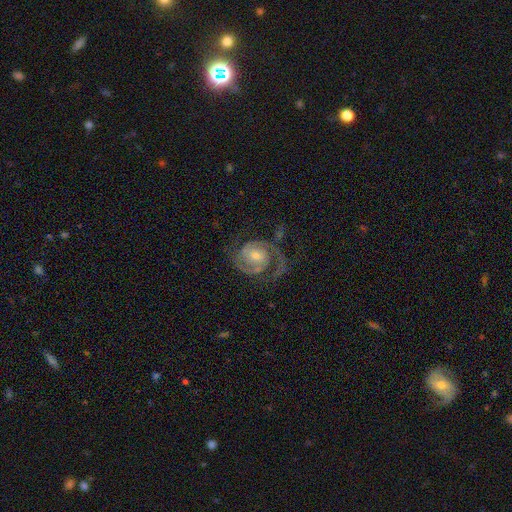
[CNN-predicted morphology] The model was most divided on "spiral winding" (2-way tie): medium: 45%, tight: 45%, loose: 10%. Remaining: edge-on disk — no (98%); spiral arms — yes (98%); smooth or featured — featured or disk (90%); spiral arm count — 2 (85%); merging — none (69%); bar — no (60%); bulge size — small (47%).